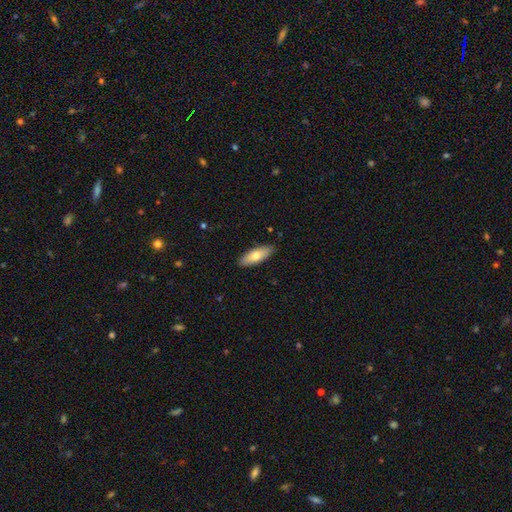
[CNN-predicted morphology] A smooth galaxy with no disk features (70%) that is in between round and cigar-shaped (68%). Merging: none (88%).